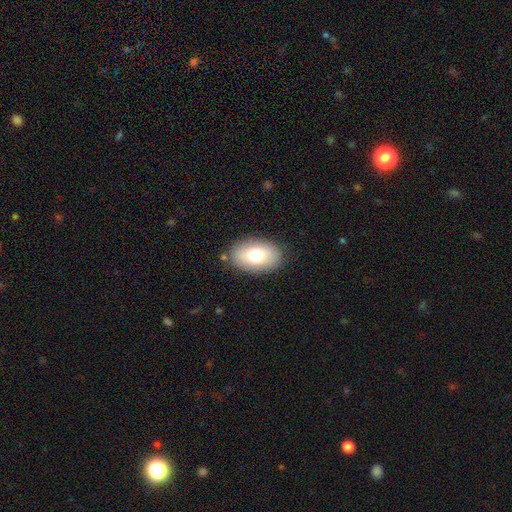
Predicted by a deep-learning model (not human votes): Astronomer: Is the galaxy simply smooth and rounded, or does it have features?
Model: smooth — 73%.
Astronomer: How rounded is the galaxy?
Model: in between — 90%.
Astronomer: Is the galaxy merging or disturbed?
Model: none — 84%.